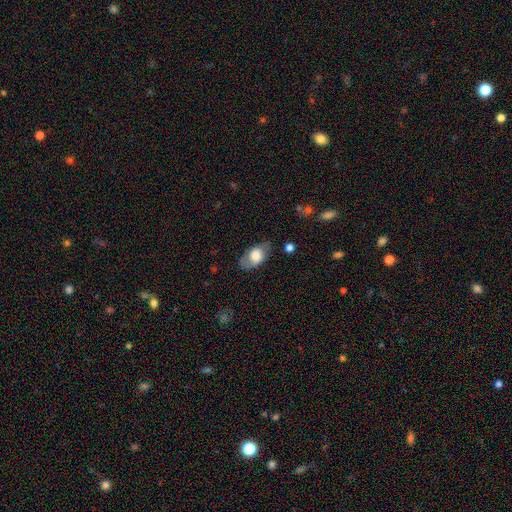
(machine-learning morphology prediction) A smooth galaxy with no disk features (63%) that is in between round and cigar-shaped (90%). Merging: none (73%).